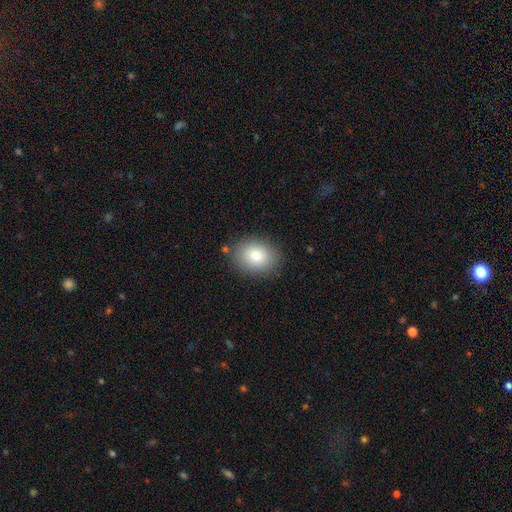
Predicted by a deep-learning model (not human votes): Q: Smooth or featured?
A: smooth (81%); runner-up: featured or disk (10%)
Q: How rounded?
A: in between (58%); runner-up: round (41%)
Q: Merging?
A: none (86%); runner-up: minor disturbance (9%)